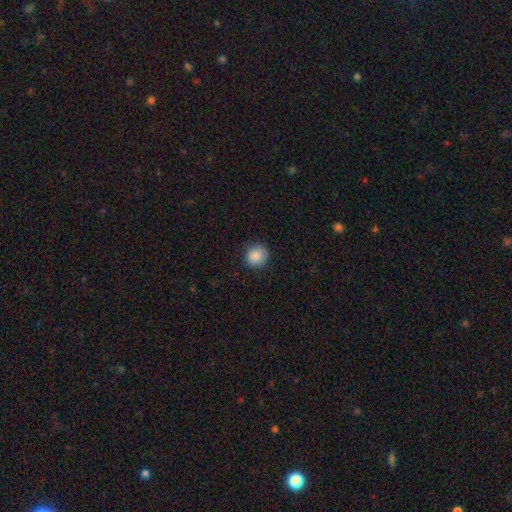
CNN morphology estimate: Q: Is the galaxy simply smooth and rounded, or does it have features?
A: smooth — 87%.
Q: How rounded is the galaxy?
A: round — 90%.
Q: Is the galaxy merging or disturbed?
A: none — 89%.